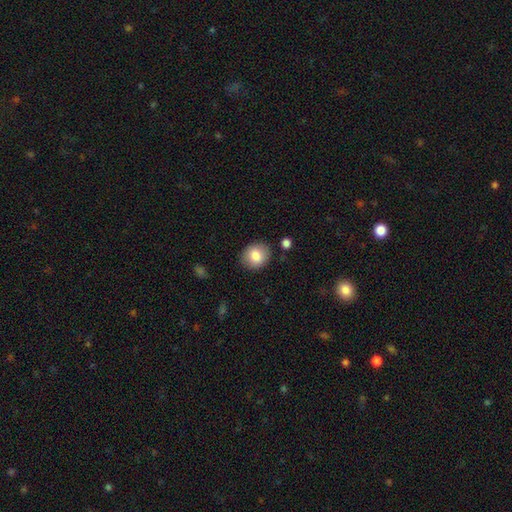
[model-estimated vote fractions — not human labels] smooth_or_featured: smooth (p=0.83) [alt: featured or disk p=0.09]
how_rounded: round (p=0.69) [alt: in between p=0.30]
merging: none (p=0.85) [alt: minor disturbance p=0.10]